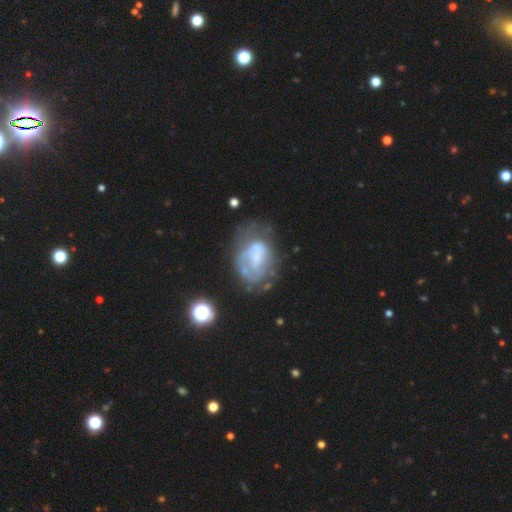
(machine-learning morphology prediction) Smooth or featured: featured or disk — 57% (smooth — 32%)
Edge-on disk: no — 97% (yes — 3%)
Bar: no — 62% (weak — 27%)
Spiral arms: no — 65% (yes — 35%)
Bulge size: none — 46% (small — 22%)
Merging: none — 36% (major disturbance — 31%)